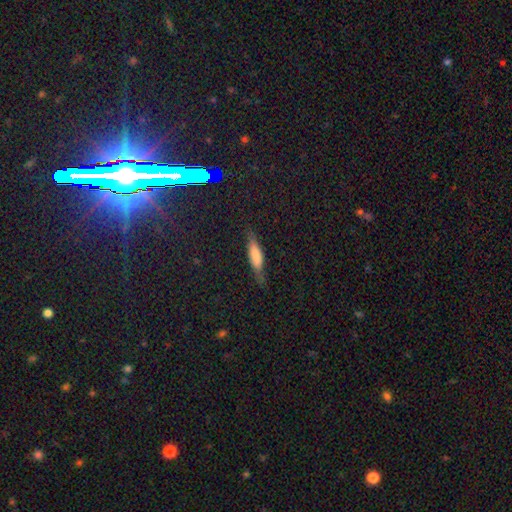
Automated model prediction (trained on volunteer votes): Morphology: type=smooth (66%); roundness=cigar-shaped (64%); merging=none (69%).